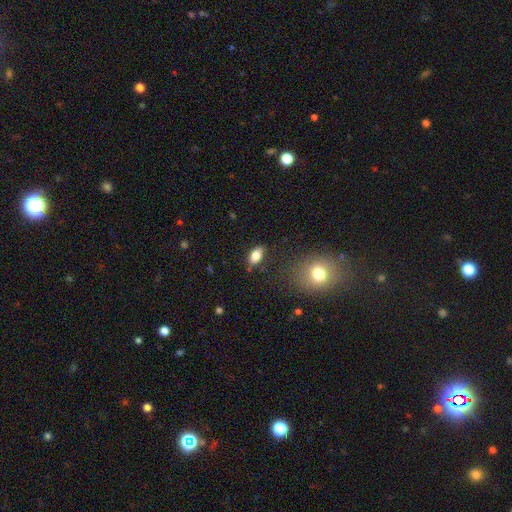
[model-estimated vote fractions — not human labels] The model was most divided on "smooth or featured": smooth: 79%, featured or disk: 12%, star or artifact: 9%. More confident: how rounded — in between (88%); merging — none (83%).